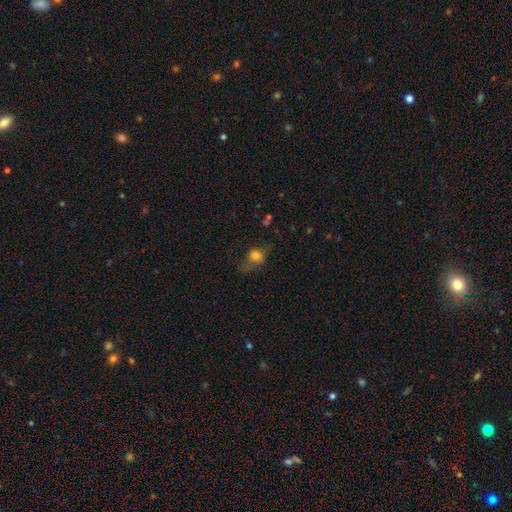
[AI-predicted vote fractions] A smooth galaxy with no disk features (72%) that is round (57%).

Vote fractions:
- Smooth or featured? smooth: 72% / featured or disk: 15% / star or artifact: 13%
- How rounded? round: 57% / in between: 41% / cigar-shaped: 3%
- Merging? none: 43% / major disturbance: 27% / minor disturbance: 27% / merger: 3%